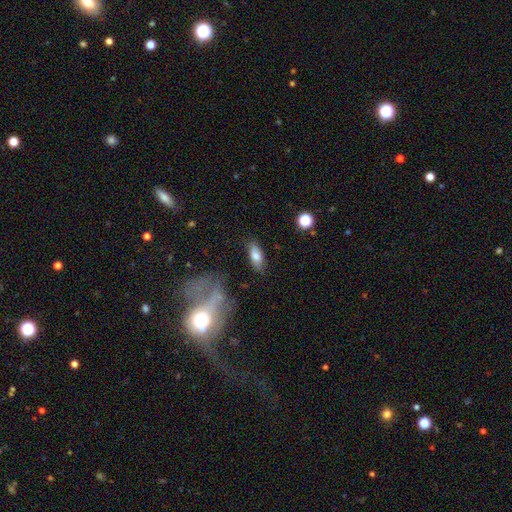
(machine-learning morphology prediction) This is likely a smooth galaxy (78%). How rounded: clearly in between (82%). Merging: clearly none (81%).